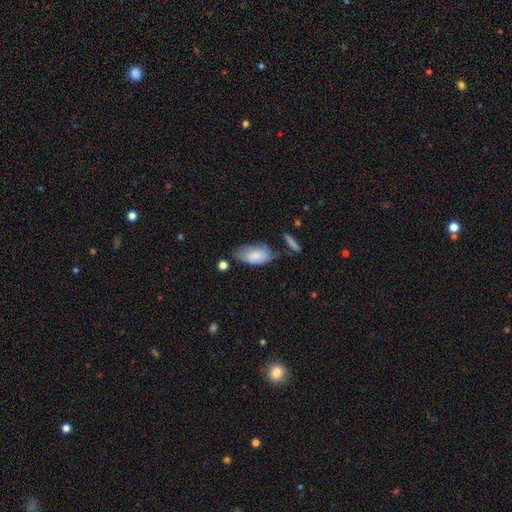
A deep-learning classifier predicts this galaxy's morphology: Smooth or featured? smooth (80%)
How rounded? in between (93%)
Merging? none (50%)